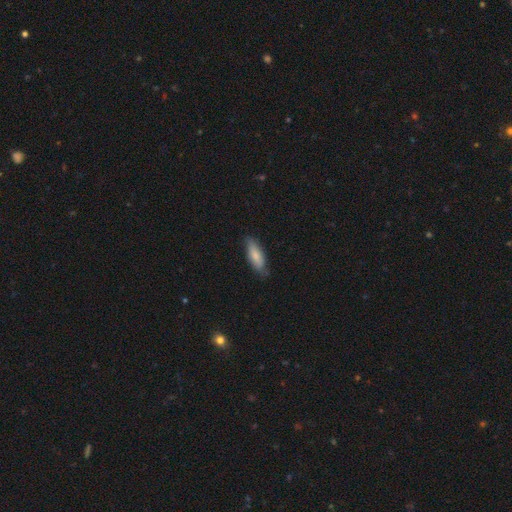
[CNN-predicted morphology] Overall: smooth (79%). How rounded: in between (63%; cigar-shaped 36%). Merging: none (74%).